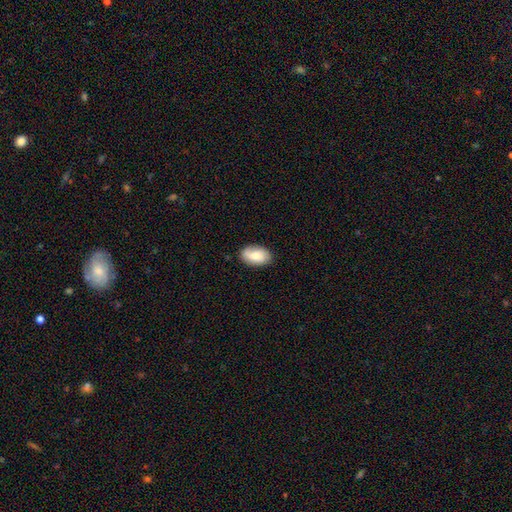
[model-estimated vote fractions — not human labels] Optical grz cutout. It shows a smooth galaxy with no disk features (68%) that is in between round and cigar-shaped (91%). Merging: none (82%).